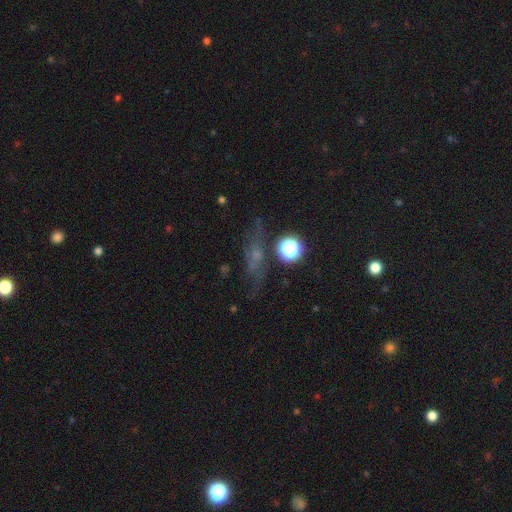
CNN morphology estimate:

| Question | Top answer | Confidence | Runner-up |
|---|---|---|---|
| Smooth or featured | featured or disk | 37% | star or artifact (32%) |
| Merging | none | 66% | minor disturbance (16%) |